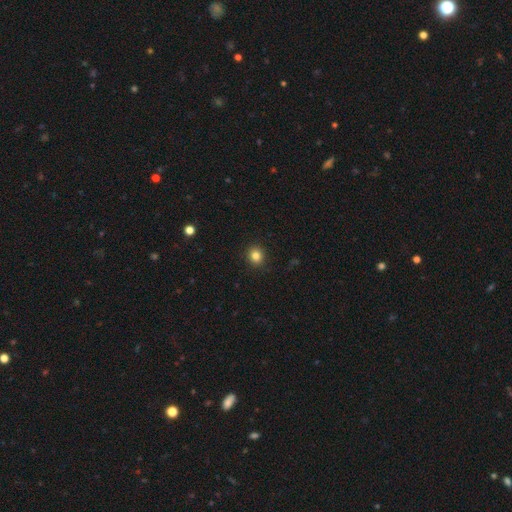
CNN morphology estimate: smooth 83%, star or artifact 12%, featured or disk 5%. Down the decision tree: how rounded — round (84%); merging — none (92%).